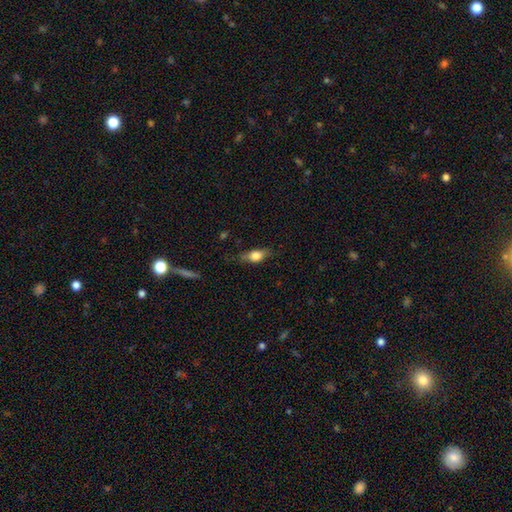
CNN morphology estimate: Smooth or featured?
  - smooth: 70% *
  - featured or disk: 22%
  - star or artifact: 8%
How rounded?
  - in between: 71% *
  - cigar-shaped: 20%
  - round: 9%
Merging?
  - none: 70% *
  - minor disturbance: 22%
  - major disturbance: 6%
  - merger: 1%